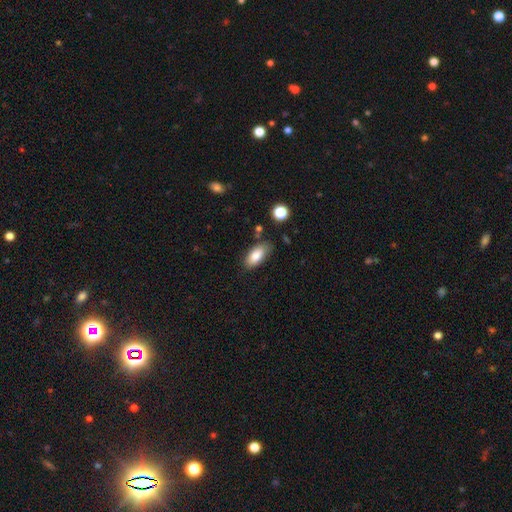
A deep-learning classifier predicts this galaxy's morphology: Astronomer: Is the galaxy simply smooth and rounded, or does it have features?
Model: smooth — 83%.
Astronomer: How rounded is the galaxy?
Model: in between — 89%.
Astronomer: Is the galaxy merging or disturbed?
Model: none — 77%.